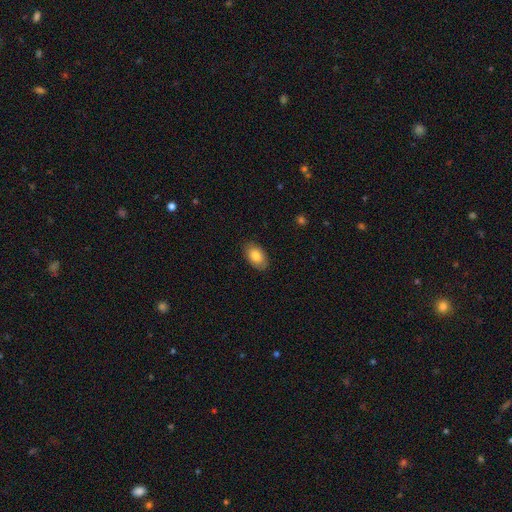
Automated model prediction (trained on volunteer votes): A smooth galaxy with no disk features (84%) that is in between round and cigar-shaped (93%).

Vote fractions:
- Smooth or featured? smooth: 84% / featured or disk: 9% / star or artifact: 7%
- How rounded? in between: 93% / round: 6% / cigar-shaped: 1%
- Merging? none: 87% / minor disturbance: 10% / major disturbance: 2% / merger: 1%